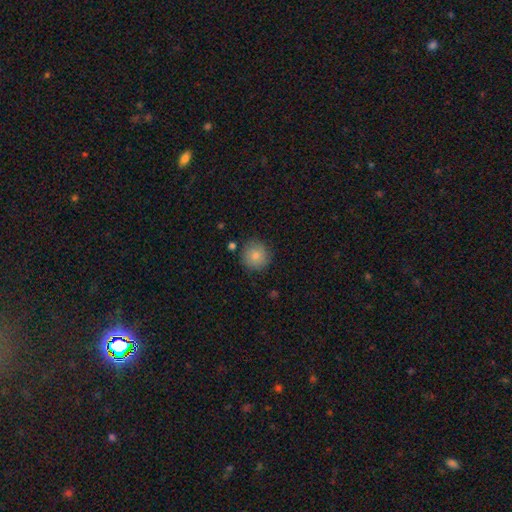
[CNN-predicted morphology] Smooth or featured? smooth (84%)
How rounded? round (94%)
Merging? none (85%)